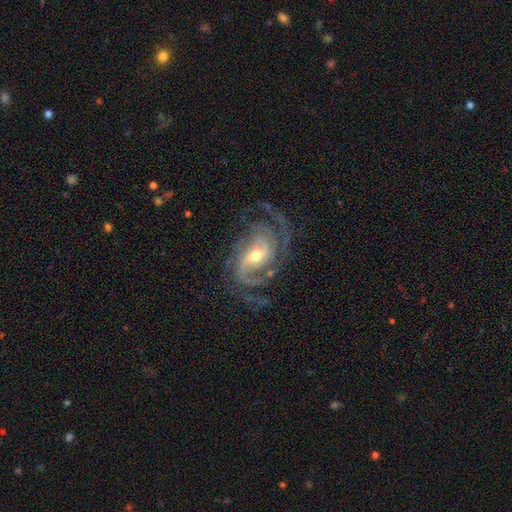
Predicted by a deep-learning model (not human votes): Smooth or featured? Predicted: featured or disk (p=0.92). Edge-on disk? Predicted: no (p=0.97). Bar? Predicted: weak (p=0.41). Spiral arms? Predicted: yes (p=0.98). Spiral winding? Predicted: medium (p=0.47). Spiral arm count? Predicted: 2 (p=0.41). Bulge size? Predicted: moderate (p=0.52). Merging? Predicted: none (p=0.66).